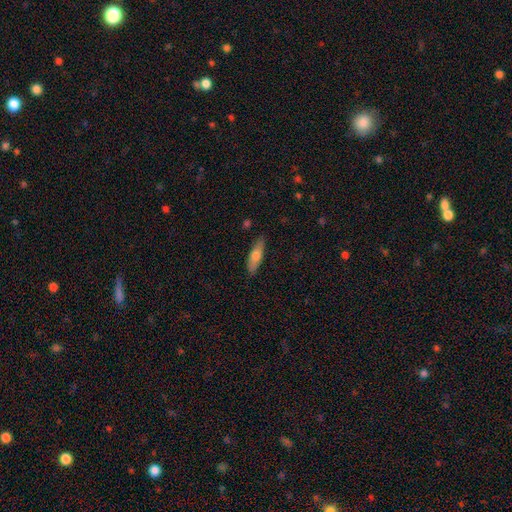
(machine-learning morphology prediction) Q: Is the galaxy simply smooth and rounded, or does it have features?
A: smooth — 68%.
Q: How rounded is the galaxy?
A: cigar-shaped — 55%.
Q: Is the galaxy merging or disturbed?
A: none — 85%.